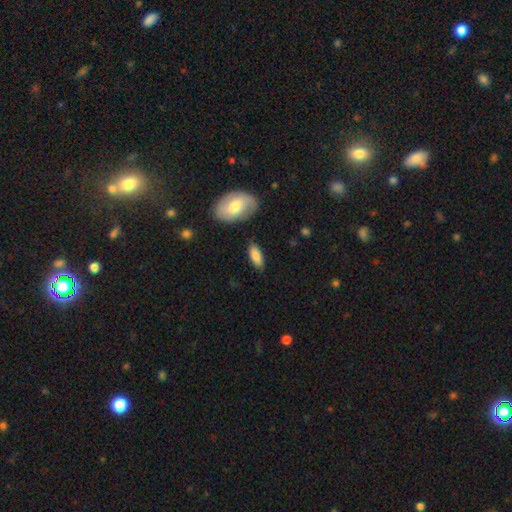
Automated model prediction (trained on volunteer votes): Overall: smooth (82%). How rounded: in between (82%). Merging: none (81%).